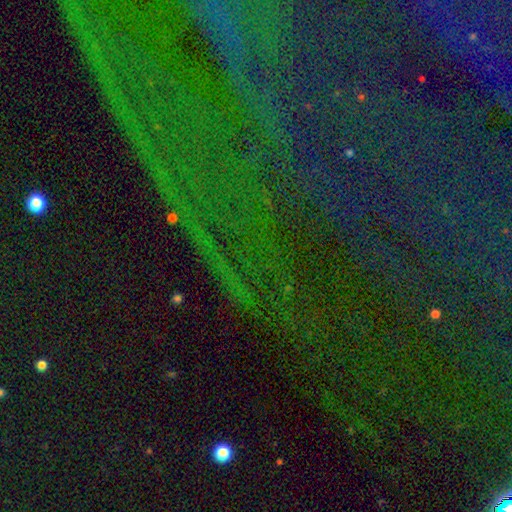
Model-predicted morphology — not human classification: type=star or artifact (82%).